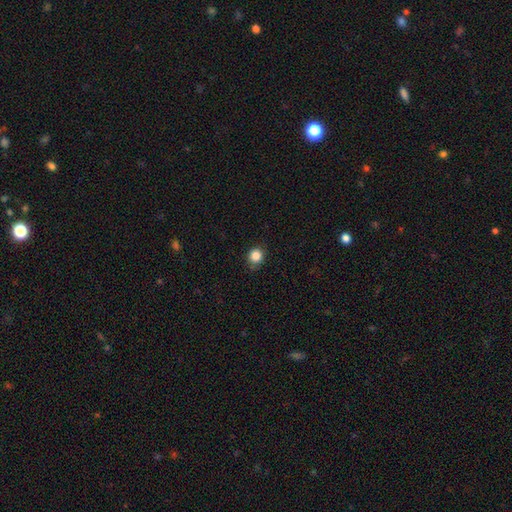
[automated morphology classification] smooth-or-featured: smooth: 85% | star or artifact: 11% | featured or disk: 4%
  how-rounded: round: 85% | in between: 14% | cigar-shaped: 1%
  merging: none: 84% | minor disturbance: 13% | major disturbance: 2% | merger: 1%